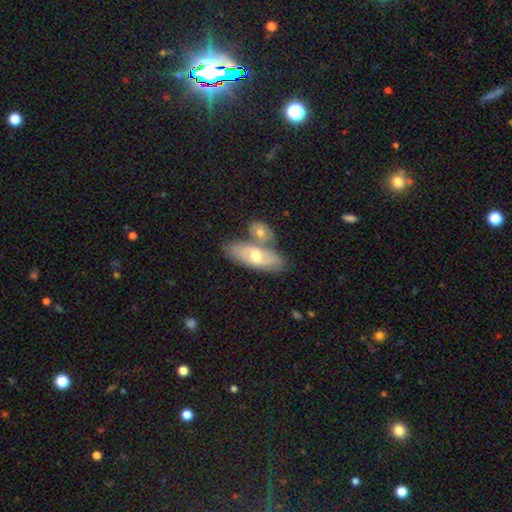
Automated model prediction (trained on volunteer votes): Overall: smooth (49%; featured or disk 45%). Merging: none (58%; merger 28%).